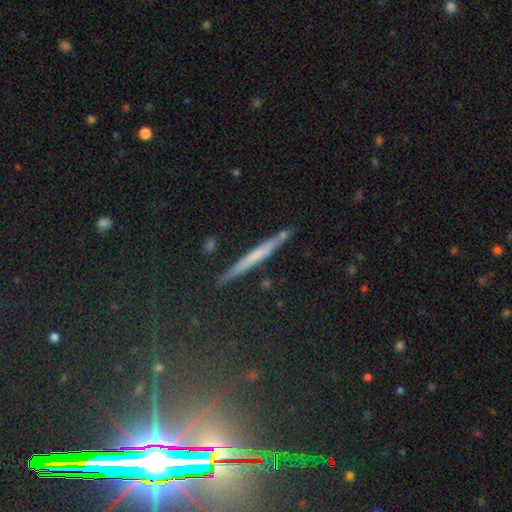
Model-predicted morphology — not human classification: The model was most divided on "smooth or featured": featured or disk: 46%, smooth: 43%, star or artifact: 11%. More confident: merging — none (86%).